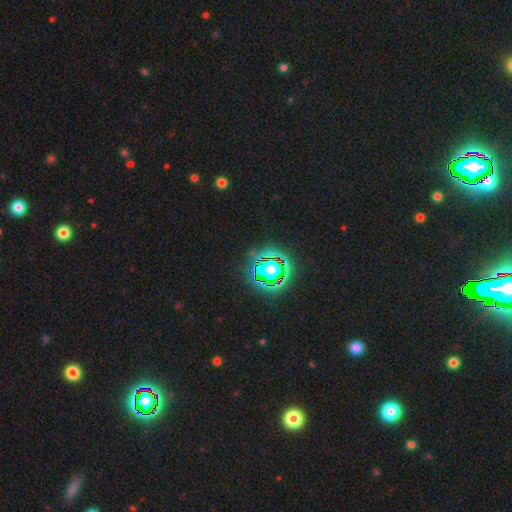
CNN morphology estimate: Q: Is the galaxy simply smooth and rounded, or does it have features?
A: star or artifact — 83%.